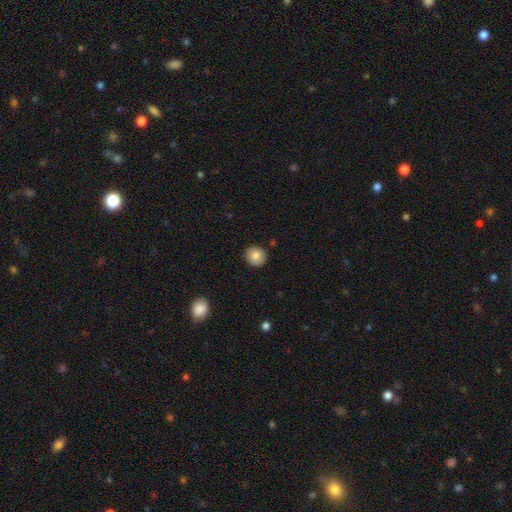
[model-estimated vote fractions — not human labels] smooth-or-featured: smooth: 82% | featured or disk: 10% | star or artifact: 8%
  how-rounded: round: 90% | in between: 9% | cigar-shaped: 1%
  merging: none: 90% | minor disturbance: 7% | major disturbance: 2% | merger: 1%